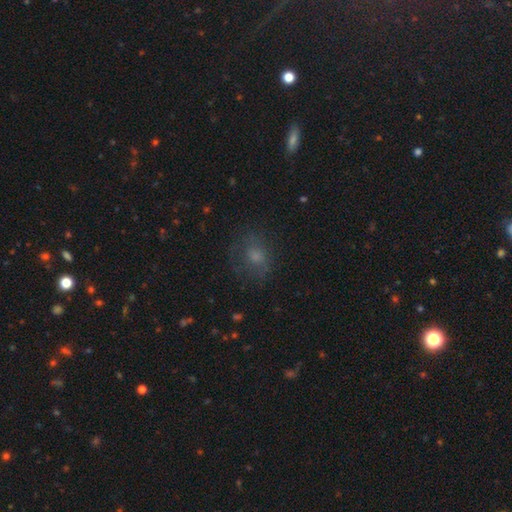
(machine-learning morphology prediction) smooth 55%, featured or disk 24%, star or artifact 21%. Down the decision tree: how rounded — round (61%); merging — none (70%).